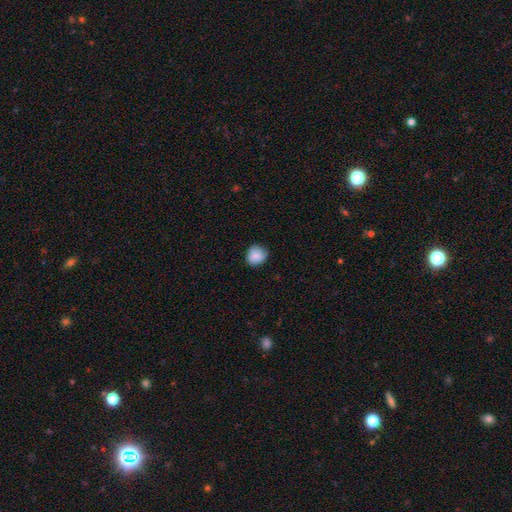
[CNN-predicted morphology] Smooth or featured?
  - smooth: 82% *
  - featured or disk: 9%
  - star or artifact: 8%
How rounded?
  - round: 80% *
  - in between: 19%
  - cigar-shaped: 1%
Merging?
  - none: 77% *
  - minor disturbance: 19%
  - major disturbance: 3%
  - merger: 1%